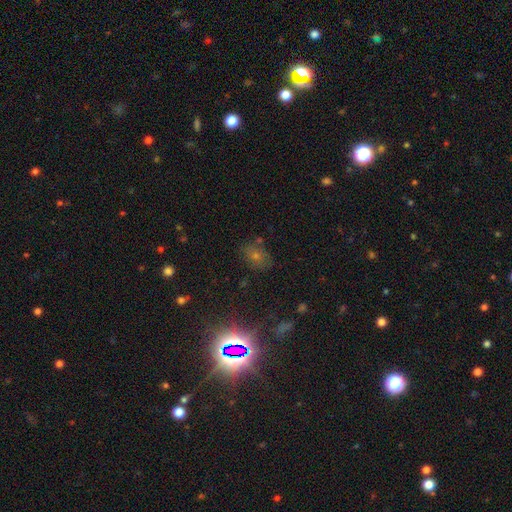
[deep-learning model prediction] Smooth or featured?
  - star or artifact: 50% *
  - smooth: 36%
  - featured or disk: 15%